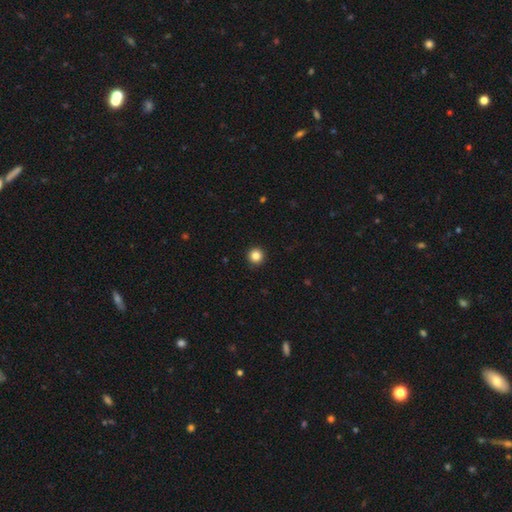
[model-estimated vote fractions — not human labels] Overall: smooth (85%). How rounded: round (96%). Merging: none (93%).